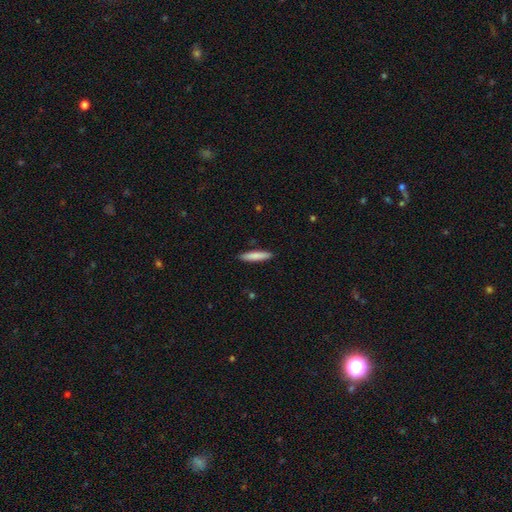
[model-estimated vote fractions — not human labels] Overall: smooth (83%). How rounded: cigar-shaped (87%). Merging: none (90%).